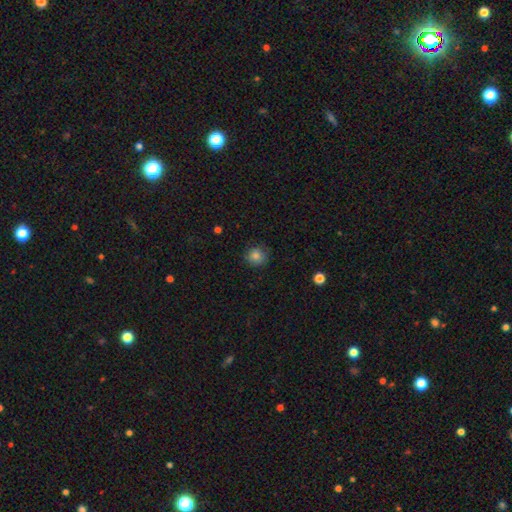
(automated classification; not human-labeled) smooth-or-featured: smooth: 83% | star or artifact: 11% | featured or disk: 6%
  how-rounded: round: 91% | in between: 8% | cigar-shaped: 1%
  merging: none: 85% | minor disturbance: 11% | major disturbance: 3% | merger: 1%